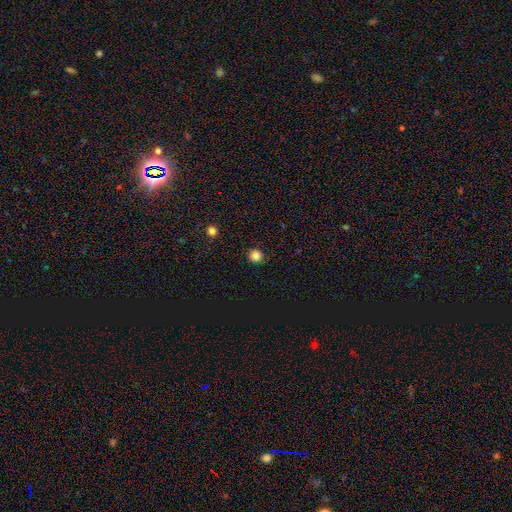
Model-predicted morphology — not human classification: Smooth or featured?
  - smooth: 83% *
  - star or artifact: 14%
  - featured or disk: 4%
How rounded?
  - round: 94% *
  - in between: 5%
  - cigar-shaped: 1%
Merging?
  - none: 91% *
  - minor disturbance: 6%
  - major disturbance: 2%
  - merger: 1%